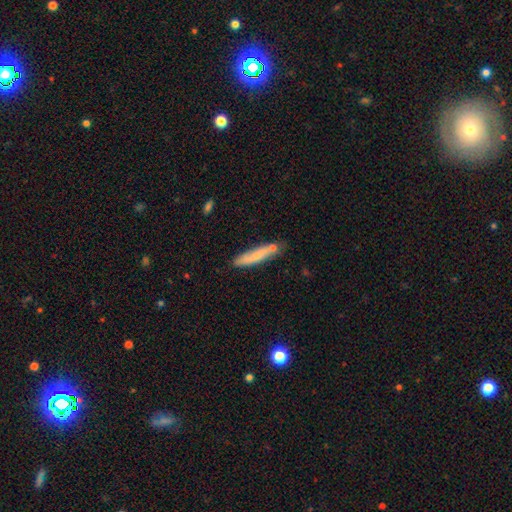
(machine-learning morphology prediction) This appears to be a smooth galaxy with no disk features (66%) that is cigar-shaped (88%). Merging: none (69%).